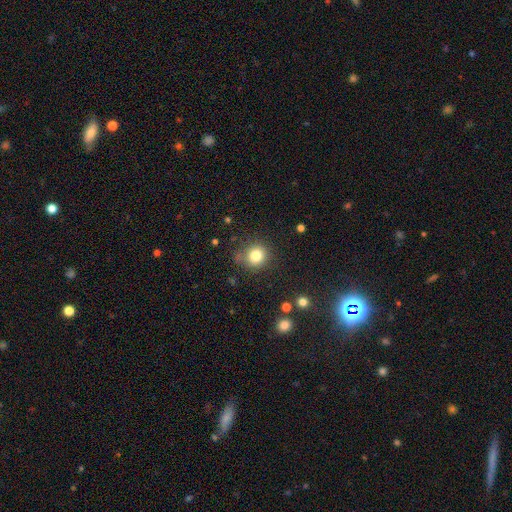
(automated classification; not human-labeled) Smooth or featured?
  - smooth: 81% *
  - star or artifact: 12%
  - featured or disk: 7%
How rounded?
  - round: 86% *
  - in between: 13%
  - cigar-shaped: 1%
Merging?
  - none: 79% *
  - minor disturbance: 14%
  - major disturbance: 4%
  - merger: 3%